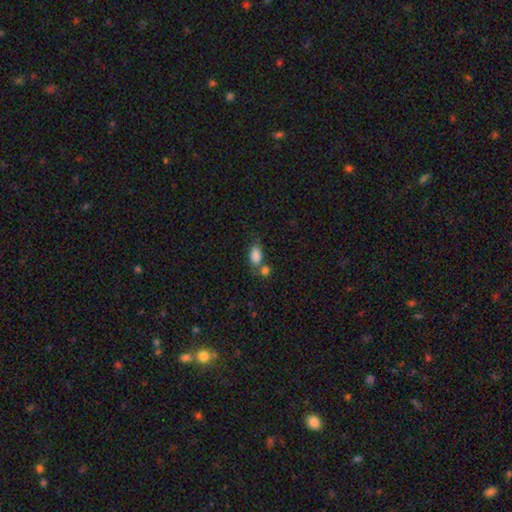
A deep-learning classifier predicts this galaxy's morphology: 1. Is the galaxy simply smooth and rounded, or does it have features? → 85% smooth, 9% star or artifact, 6% featured or disk.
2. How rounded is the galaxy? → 88% in between, 9% round, 3% cigar-shaped.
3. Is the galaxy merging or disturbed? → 44% none, 36% merger, 14% minor disturbance, 6% major disturbance.